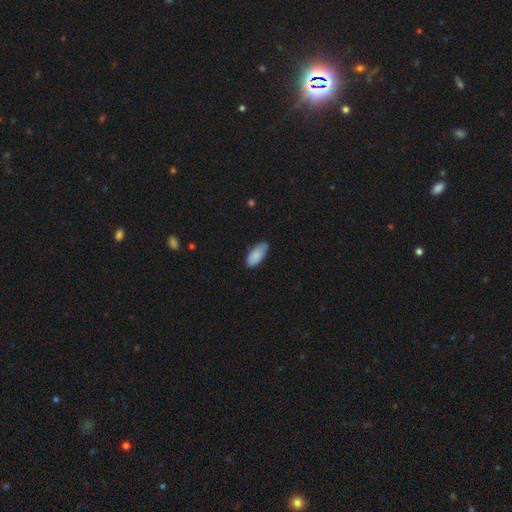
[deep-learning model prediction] Q: Smooth or featured?
A: smooth (86%); runner-up: featured or disk (8%)
Q: How rounded?
A: in between (89%); runner-up: cigar-shaped (9%)
Q: Merging?
A: none (69%); runner-up: minor disturbance (26%)